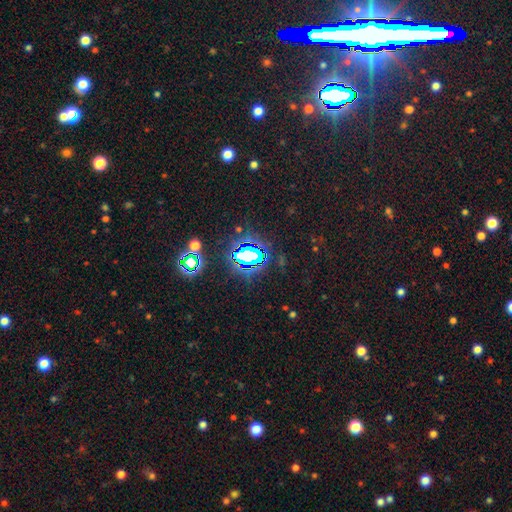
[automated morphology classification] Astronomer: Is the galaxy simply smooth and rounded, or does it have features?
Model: star or artifact — 78%.